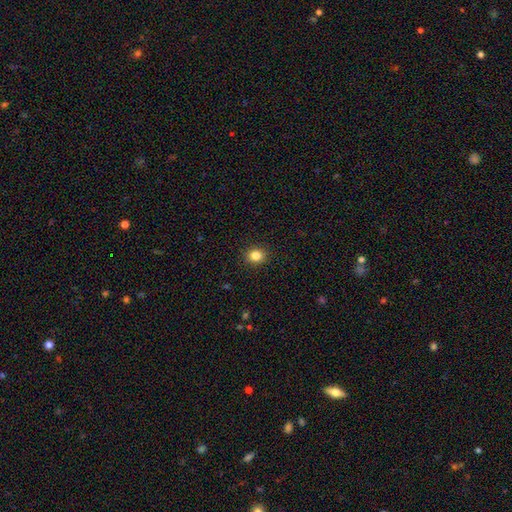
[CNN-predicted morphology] Overall: smooth (84%). How rounded: round (68%; in between 31%). Merging: none (91%).